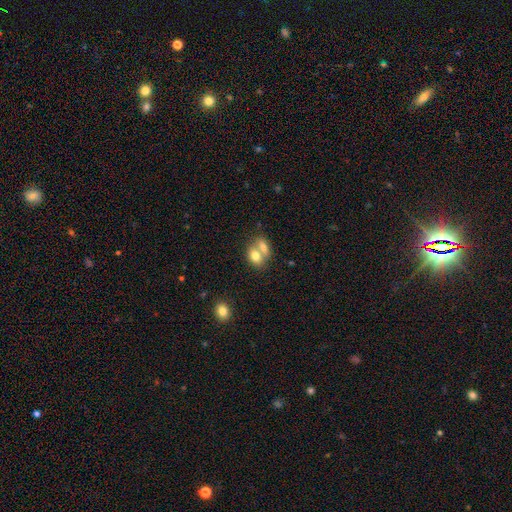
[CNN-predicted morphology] A smooth galaxy with no disk features (76%) that is in between round and cigar-shaped (75%).

Vote fractions:
- Smooth or featured? smooth: 76% / featured or disk: 16% / star or artifact: 8%
- How rounded? in between: 75% / round: 23% / cigar-shaped: 2%
- Merging? merger: 64% / none: 26% / minor disturbance: 7% / major disturbance: 3%